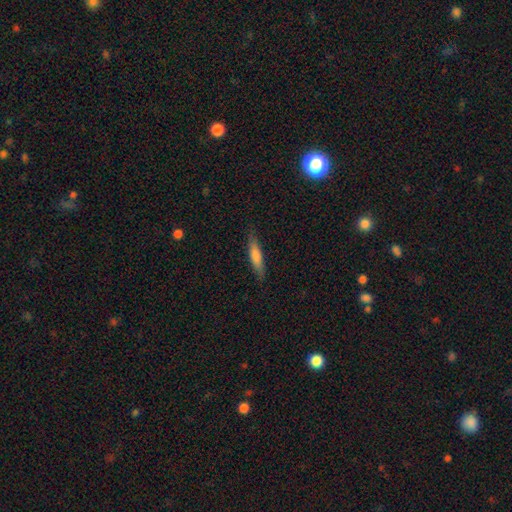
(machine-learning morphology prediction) smooth_or_featured: smooth (p=0.67) [alt: featured or disk p=0.27]
how_rounded: cigar-shaped (p=0.85) [alt: in between p=0.14]
merging: none (p=0.84) [alt: minor disturbance p=0.12]